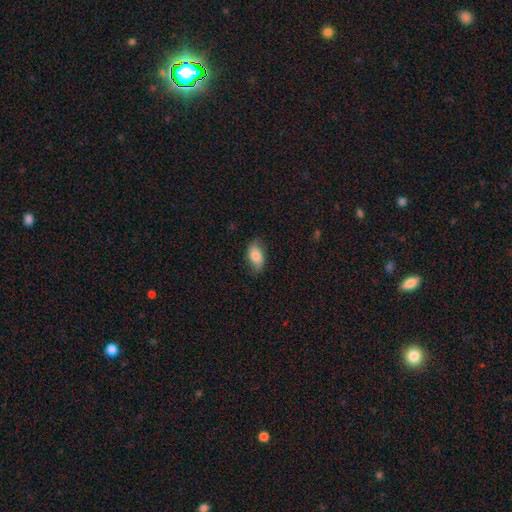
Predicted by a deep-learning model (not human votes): smooth-or-featured: smooth: 79% | featured or disk: 13% | star or artifact: 7%
  how-rounded: in between: 91% | round: 7% | cigar-shaped: 3%
  merging: none: 76% | minor disturbance: 19% | major disturbance: 4% | merger: 1%